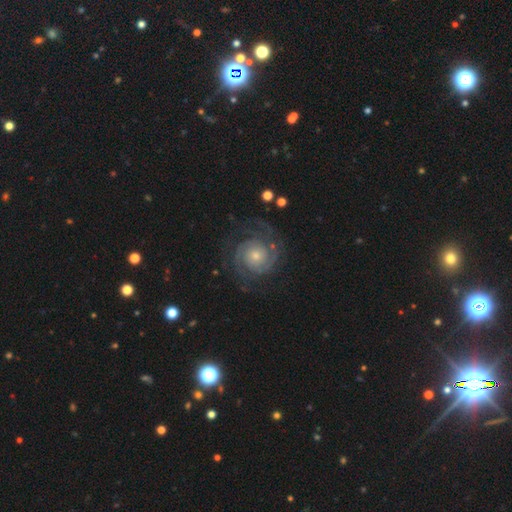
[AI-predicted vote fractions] Morphology: type=featured or disk (87%); edge-on=no (98%); bar=no (78%); spiral arms=yes (98%); winding=tight (67%); arm count=2 (60%); bulge=small (55%); merging=none (77%).